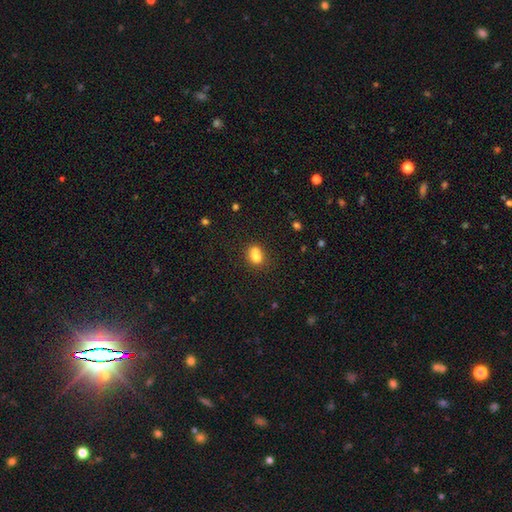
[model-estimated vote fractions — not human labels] Q: Smooth or featured?
A: smooth (76%); runner-up: featured or disk (13%)
Q: How rounded?
A: in between (57%); runner-up: round (41%)
Q: Merging?
A: merger (40%); runner-up: none (38%)